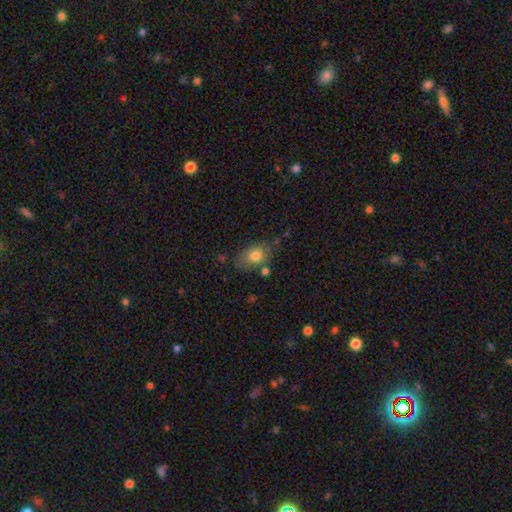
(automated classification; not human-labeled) Smooth or featured?
  - smooth: 77% *
  - featured or disk: 14%
  - star or artifact: 8%
How rounded?
  - in between: 80% *
  - round: 18%
  - cigar-shaped: 2%
Merging?
  - none: 66% *
  - minor disturbance: 20%
  - merger: 7%
  - major disturbance: 6%